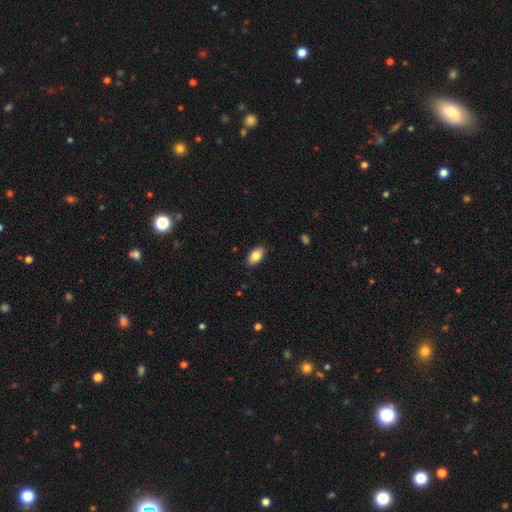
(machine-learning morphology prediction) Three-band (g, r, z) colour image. It shows a smooth galaxy with no disk features (84%) that is in between round and cigar-shaped (92%). Merging: none (88%).